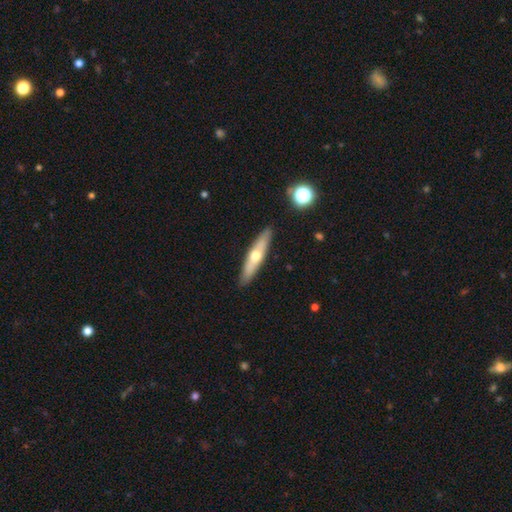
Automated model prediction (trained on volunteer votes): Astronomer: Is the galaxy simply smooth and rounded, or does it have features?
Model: featured or disk — 49% (runner-up: smooth, 45%).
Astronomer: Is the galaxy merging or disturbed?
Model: none — 89%.